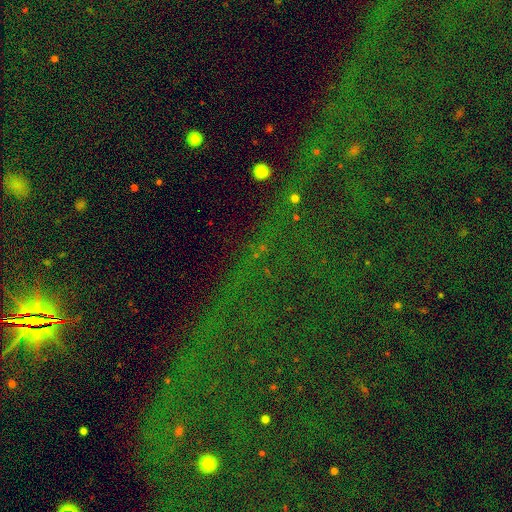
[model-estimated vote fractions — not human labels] A star or artifact, not a galaxy (85%).

Vote fractions:
- Smooth or featured? star or artifact: 85% / smooth: 8% / featured or disk: 8%